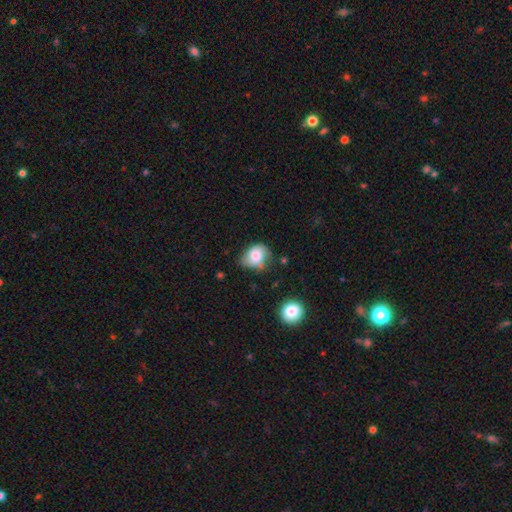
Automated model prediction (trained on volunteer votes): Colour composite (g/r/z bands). It shows a smooth galaxy with no disk features (71%) that is in between round and cigar-shaped (56%). Merging: none (44%).